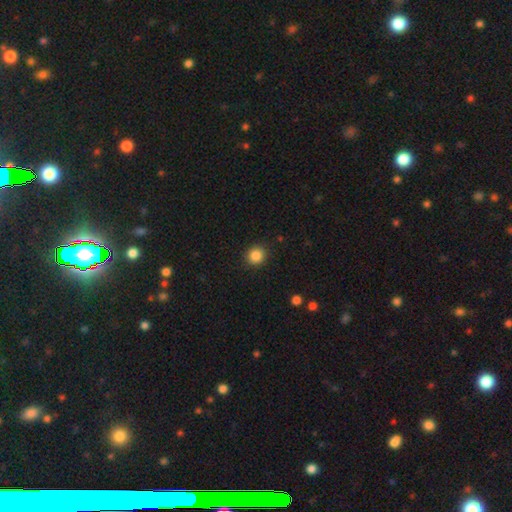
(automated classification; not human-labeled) A smooth galaxy with no disk features (86%) that is round (89%).

Vote fractions:
- Smooth or featured? smooth: 86% / star or artifact: 10% / featured or disk: 4%
- How rounded? round: 89% / in between: 10% / cigar-shaped: 1%
- Merging? none: 91% / minor disturbance: 6% / major disturbance: 2% / merger: 1%